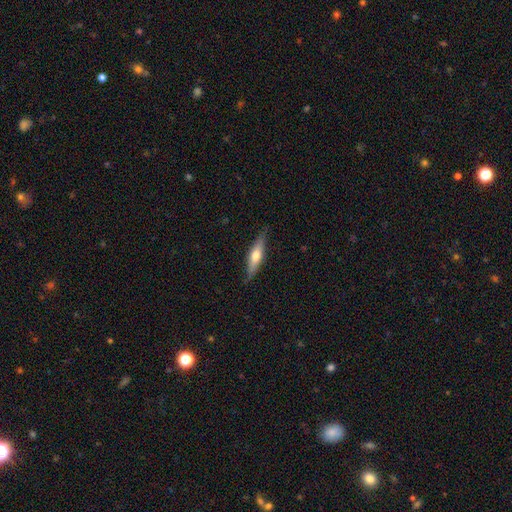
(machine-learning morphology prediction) This is possibly a smooth galaxy (48%). Merging: clearly none (81%).